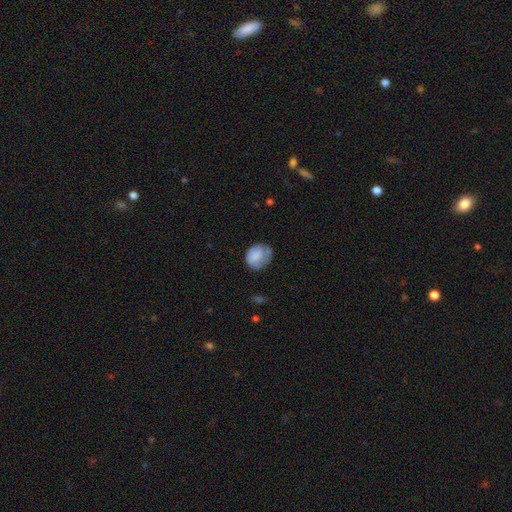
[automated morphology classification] Smooth or featured: smooth — 70% (featured or disk — 22%)
How rounded: round — 53% (in between — 46%)
Merging: none — 46% (minor disturbance — 34%)